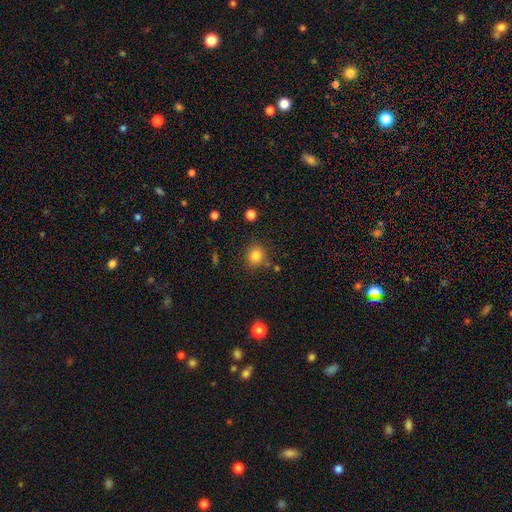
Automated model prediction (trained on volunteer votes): This appears to be a smooth galaxy with no disk features (83%) that is round (88%). Merging: none (82%).